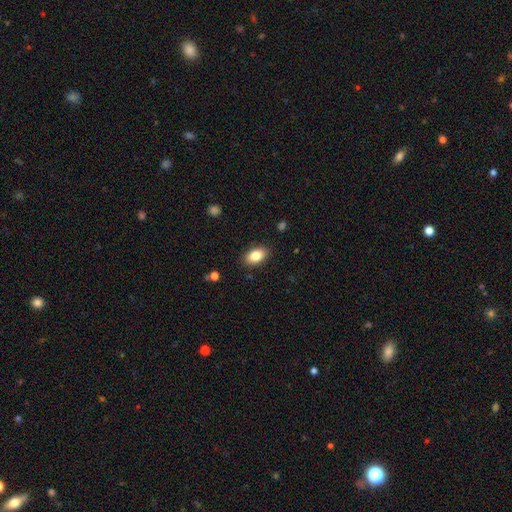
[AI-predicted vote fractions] A smooth galaxy with no disk features (84%) that is in between round and cigar-shaped (90%). Merging: none (88%).